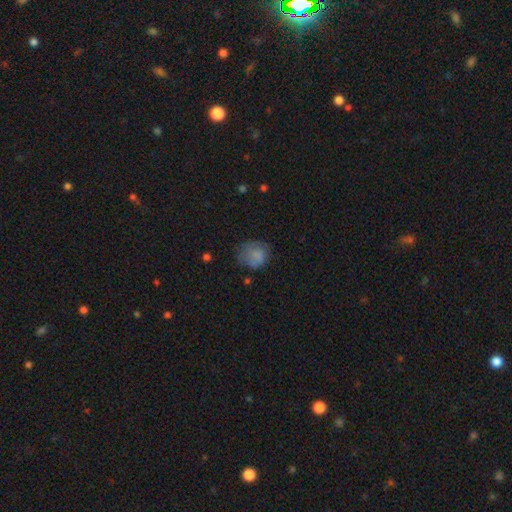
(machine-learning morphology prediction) A smooth galaxy with no disk features (77%) that is round (72%). Merging: none (51%).